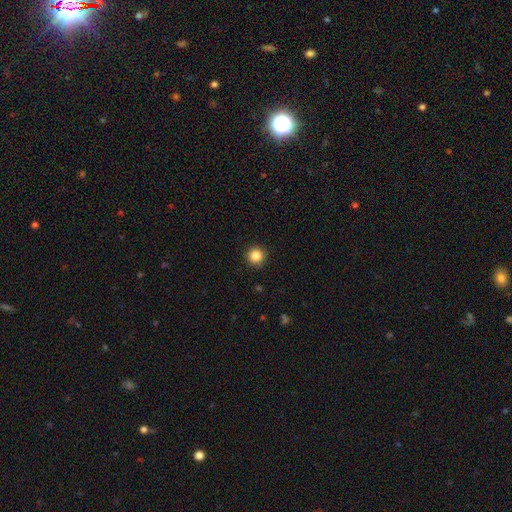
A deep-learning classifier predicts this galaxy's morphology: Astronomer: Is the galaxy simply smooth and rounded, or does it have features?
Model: smooth — 85%.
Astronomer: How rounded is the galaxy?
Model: round — 96%.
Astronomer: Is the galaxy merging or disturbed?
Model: none — 92%.